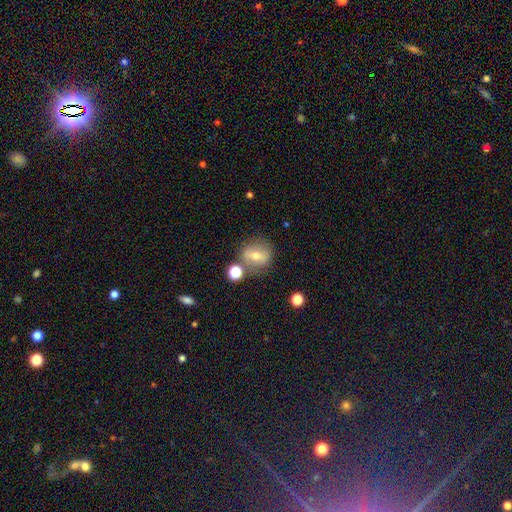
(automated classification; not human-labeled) Smooth or featured?
  - smooth: 53% *
  - featured or disk: 35%
  - star or artifact: 12%
How rounded?
  - round: 73% *
  - in between: 25%
  - cigar-shaped: 2%
Merging?
  - none: 67% *
  - minor disturbance: 15%
  - merger: 12%
  - major disturbance: 6%